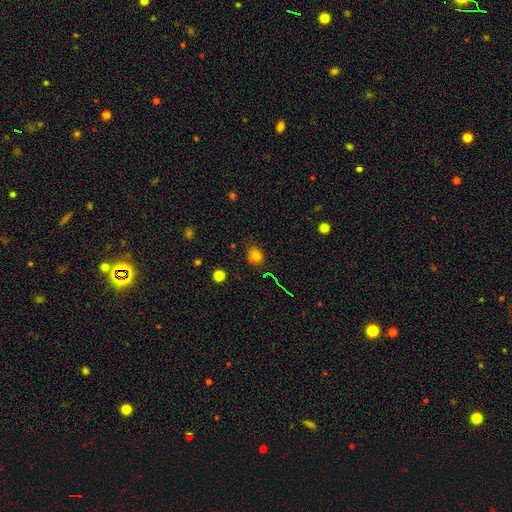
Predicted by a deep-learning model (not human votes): Q: Smooth or featured?
A: smooth (75%); runner-up: star or artifact (18%)
Q: How rounded?
A: round (50%); runner-up: in between (48%)
Q: Merging?
A: none (76%); runner-up: minor disturbance (18%)